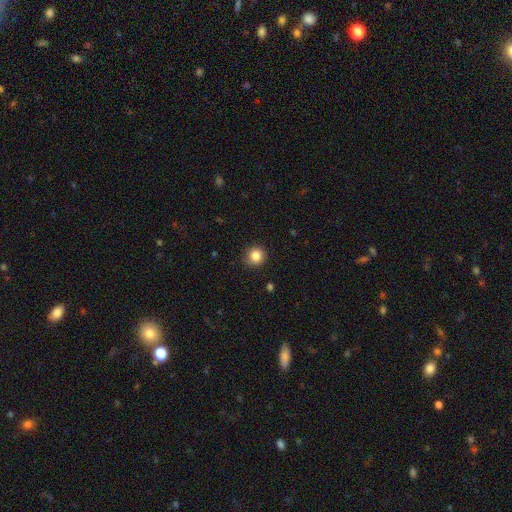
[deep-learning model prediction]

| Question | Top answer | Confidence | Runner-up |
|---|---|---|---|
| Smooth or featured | smooth | 84% | star or artifact (11%) |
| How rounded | round | 91% | in between (8%) |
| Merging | none | 86% | minor disturbance (10%) |